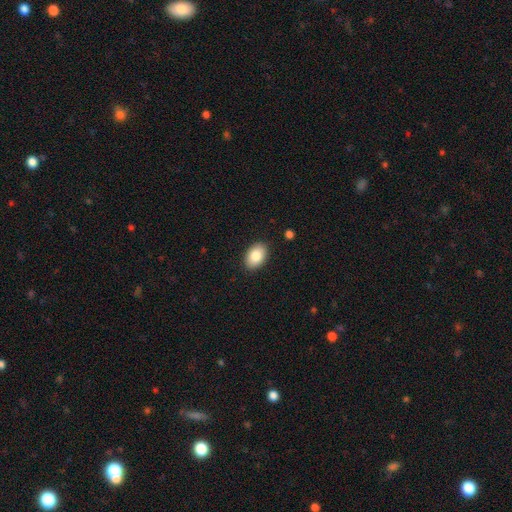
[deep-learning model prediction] Smooth or featured? smooth (85%)
How rounded? in between (87%)
Merging? none (89%)